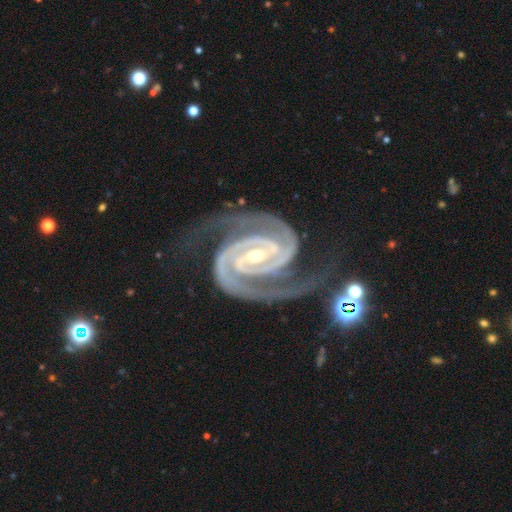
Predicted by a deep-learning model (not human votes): Morphology: type=featured or disk (94%); edge-on=no (98%); bar=strong (49%); spiral arms=yes (99%); winding=tight (66%); arm count=2 (90%); bulge=small (49%); merging=none (69%).